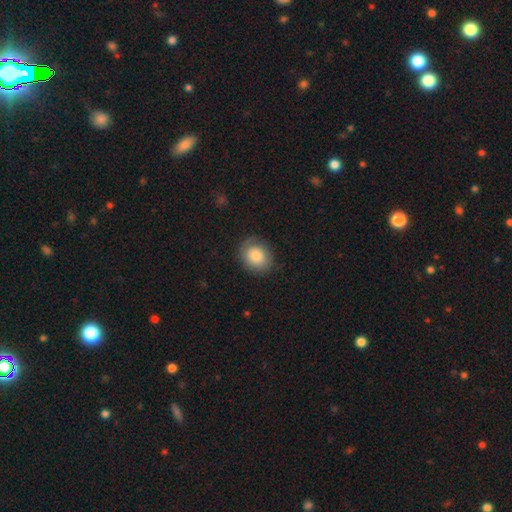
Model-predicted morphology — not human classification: A smooth galaxy with no disk features (80%) that is round (62%). Merging: none (80%).